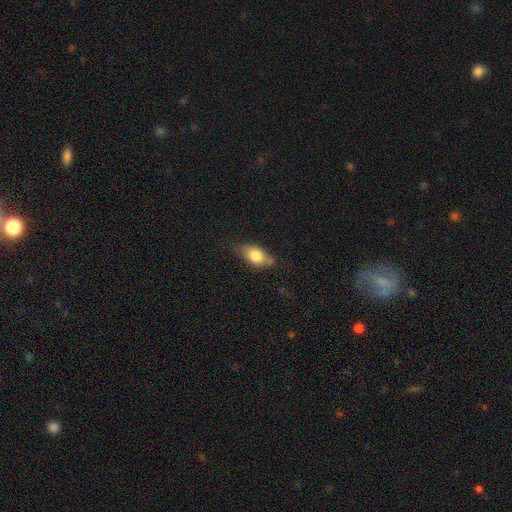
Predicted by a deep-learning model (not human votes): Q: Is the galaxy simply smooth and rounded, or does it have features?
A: smooth — 77%.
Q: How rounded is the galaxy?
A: in between — 86%.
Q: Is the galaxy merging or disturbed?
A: none — 63%.